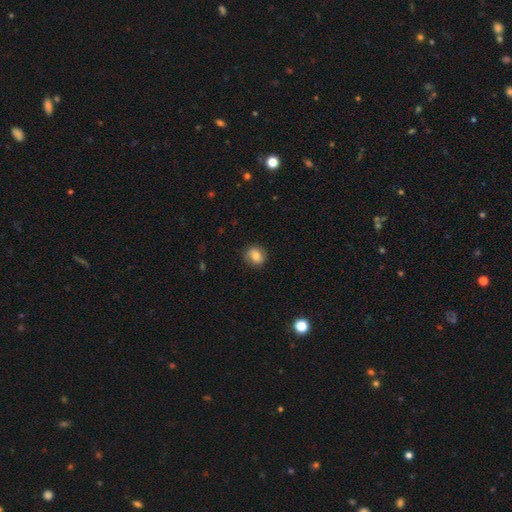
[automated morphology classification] smooth 71%, featured or disk 20%, star or artifact 10%. Down the decision tree: how rounded — round (71%); merging — none (83%).